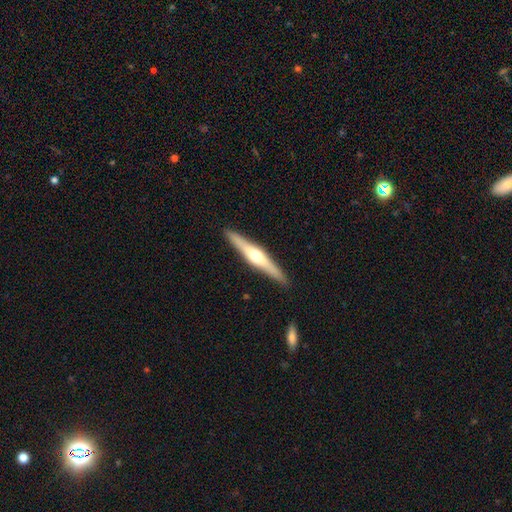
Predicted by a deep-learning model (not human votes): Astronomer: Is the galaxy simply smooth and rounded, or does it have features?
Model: featured or disk — 70%.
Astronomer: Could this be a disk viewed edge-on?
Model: yes — 97%.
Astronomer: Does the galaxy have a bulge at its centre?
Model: rounded — 93%.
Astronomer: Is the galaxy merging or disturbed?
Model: none — 91%.